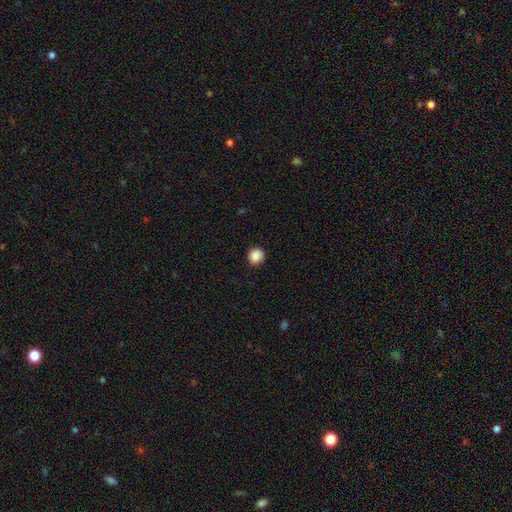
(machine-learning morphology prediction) Smooth or featured: smooth — 88% (star or artifact — 9%)
How rounded: round — 88% (in between — 11%)
Merging: none — 89% (minor disturbance — 8%)